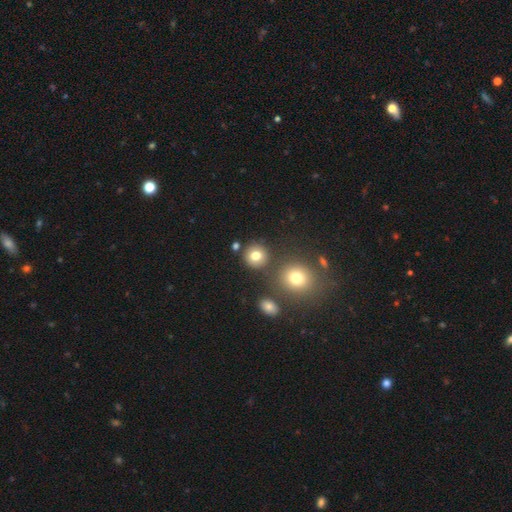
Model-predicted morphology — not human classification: This is likely a smooth galaxy (77%). How rounded: clearly round (90%). Merging: clearly none (81%).